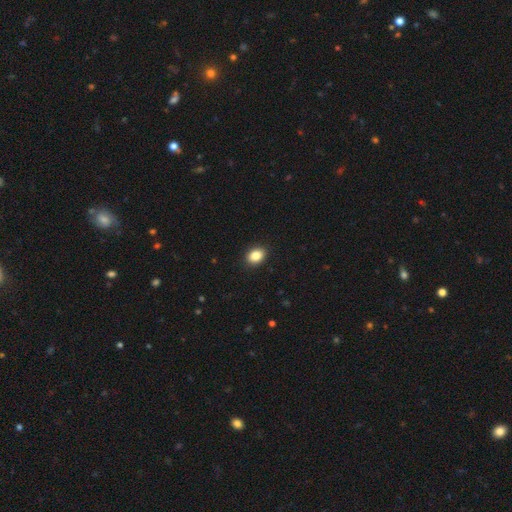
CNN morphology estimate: This appears to be a smooth galaxy with no disk features (86%) that is in between round and cigar-shaped (62%). Merging: none (91%).